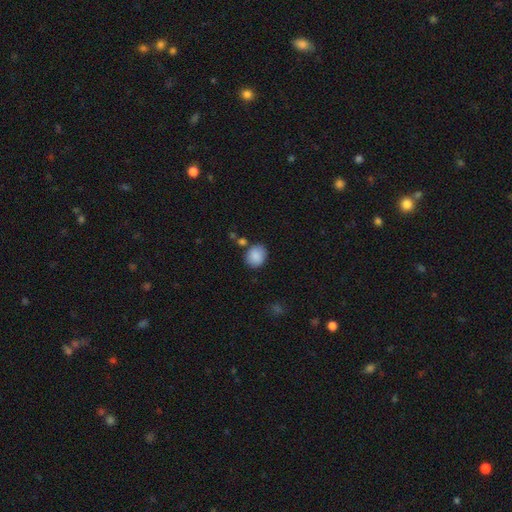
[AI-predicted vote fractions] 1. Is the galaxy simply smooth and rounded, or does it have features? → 88% smooth, 7% star or artifact, 4% featured or disk.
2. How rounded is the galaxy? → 66% round, 33% in between, 1% cigar-shaped.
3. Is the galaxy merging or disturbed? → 76% none, 13% minor disturbance, 7% merger, 3% major disturbance.